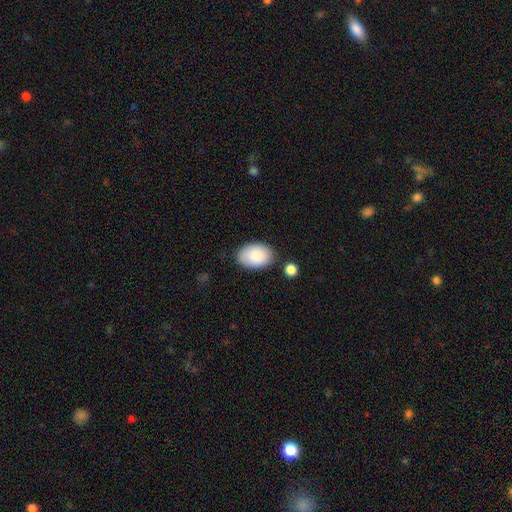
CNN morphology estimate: Smooth or featured: smooth — 87% (featured or disk — 7%)
How rounded: in between — 90% (round — 9%)
Merging: none — 78% (minor disturbance — 14%)